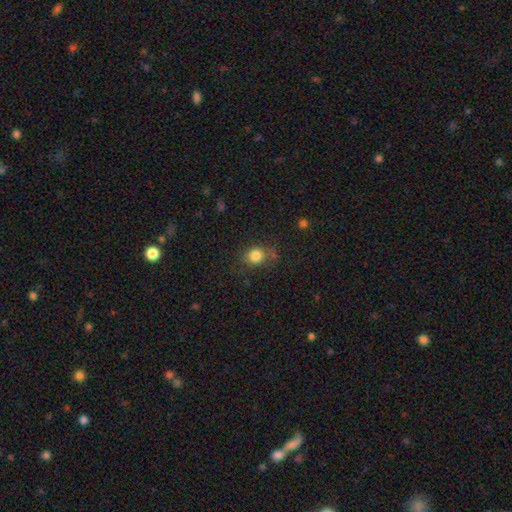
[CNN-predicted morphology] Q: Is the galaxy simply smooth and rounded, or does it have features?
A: smooth — 83%.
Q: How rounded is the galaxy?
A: round — 76%.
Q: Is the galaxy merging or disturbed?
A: none — 74%.